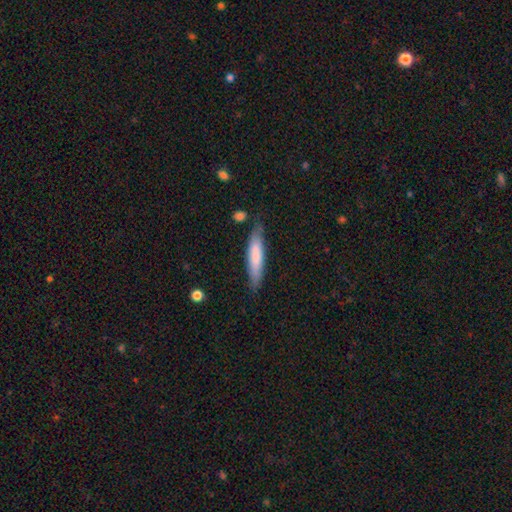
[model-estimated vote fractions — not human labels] smooth 73%, featured or disk 21%, star or artifact 5%. Down the decision tree: how rounded — cigar-shaped (85%); merging — none (79%).